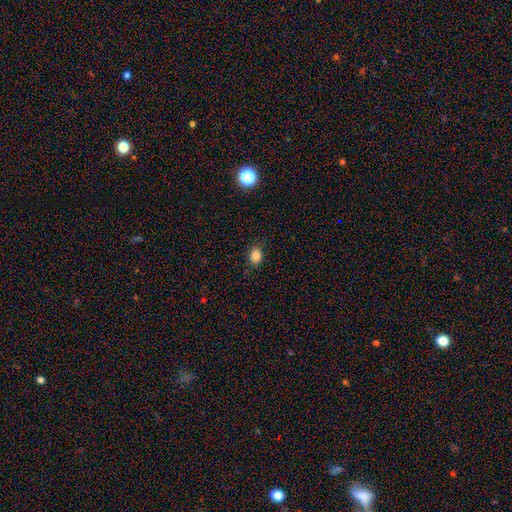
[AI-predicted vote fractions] This appears to be a smooth galaxy with no disk features (85%) that is in between round and cigar-shaped (63%). Merging: none (83%).